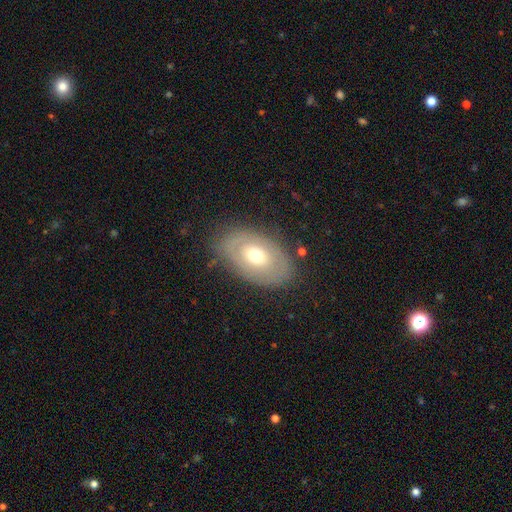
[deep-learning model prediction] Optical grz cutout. It shows a featured or disk galaxy (47%). Merging: none (79%).